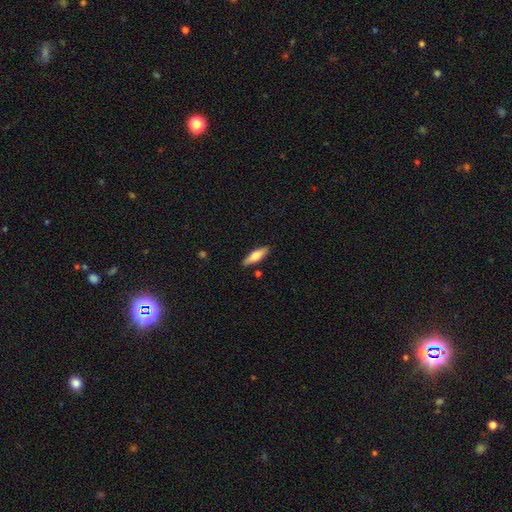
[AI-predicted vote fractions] smooth_or_featured: smooth (p=0.63) [alt: featured or disk p=0.32]
how_rounded: cigar-shaped (p=0.53) [alt: in between p=0.45]
merging: none (p=0.87) [alt: minor disturbance p=0.09]